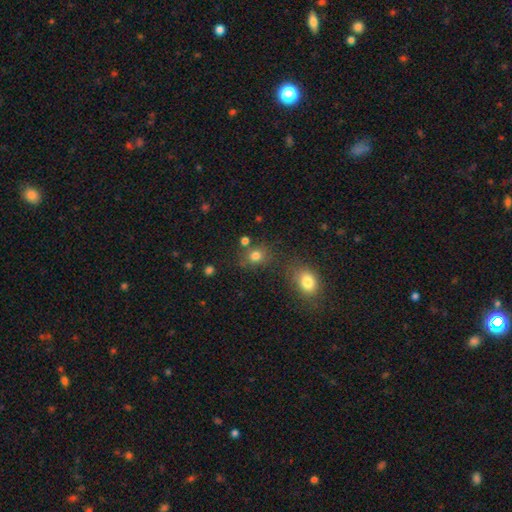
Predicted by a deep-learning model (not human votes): Morphology: type=smooth (79%); roundness=round (74%); merging=none (68%).